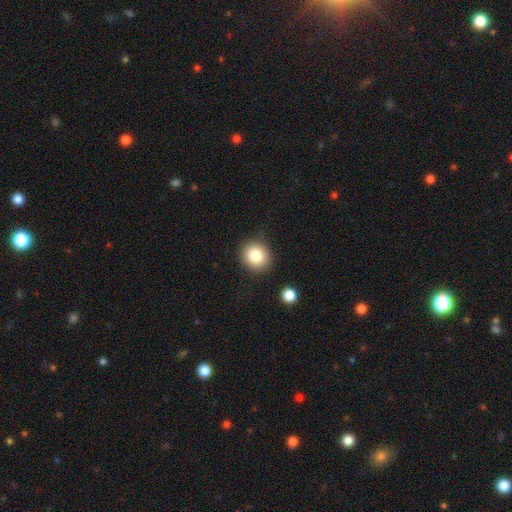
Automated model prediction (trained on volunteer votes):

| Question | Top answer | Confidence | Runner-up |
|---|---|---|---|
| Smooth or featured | smooth | 83% | star or artifact (10%) |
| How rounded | round | 85% | in between (14%) |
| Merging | none | 86% | minor disturbance (9%) |